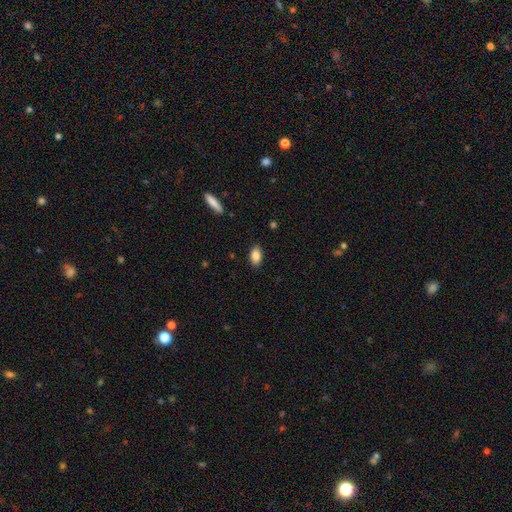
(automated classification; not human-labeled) A smooth galaxy with no disk features (85%) that is in between round and cigar-shaped (91%). Merging: none (88%).